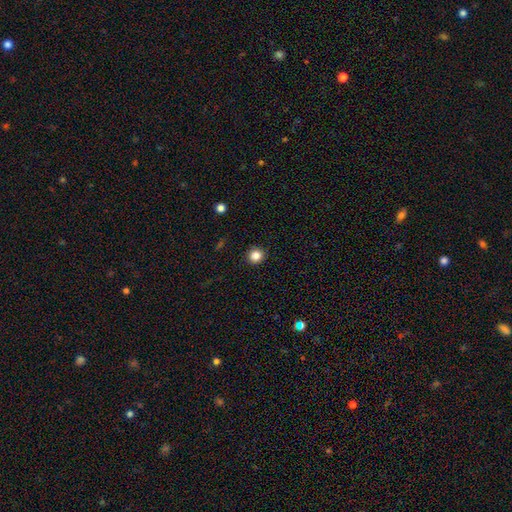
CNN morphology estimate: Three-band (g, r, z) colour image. It shows a smooth galaxy with no disk features (84%) that is round (91%). Merging: none (92%).